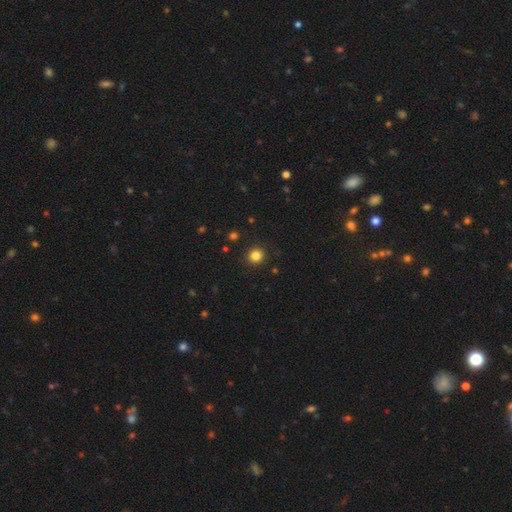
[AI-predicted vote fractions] smooth 84%, star or artifact 12%, featured or disk 4%. Down the decision tree: how rounded — round (94%); merging — none (93%).